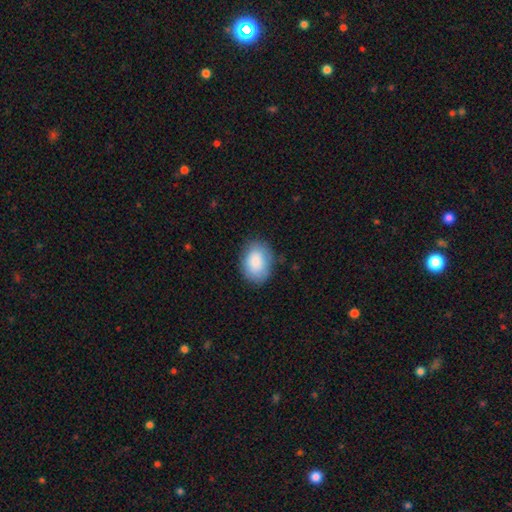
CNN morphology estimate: A smooth galaxy with no disk features (87%) that is in between round and cigar-shaped (76%). Merging: none (81%).